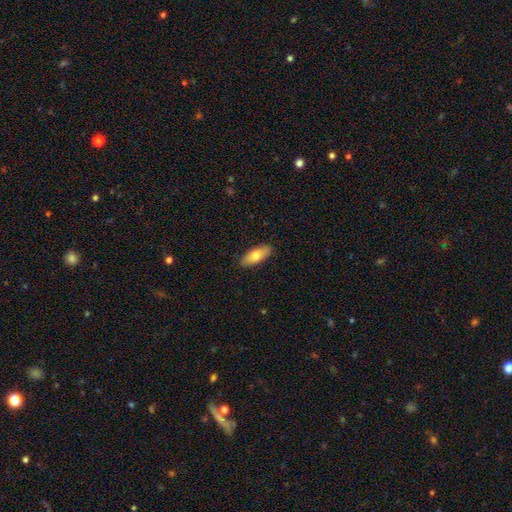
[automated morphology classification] Smooth or featured? smooth (75%)
How rounded? in between (81%)
Merging? none (89%)